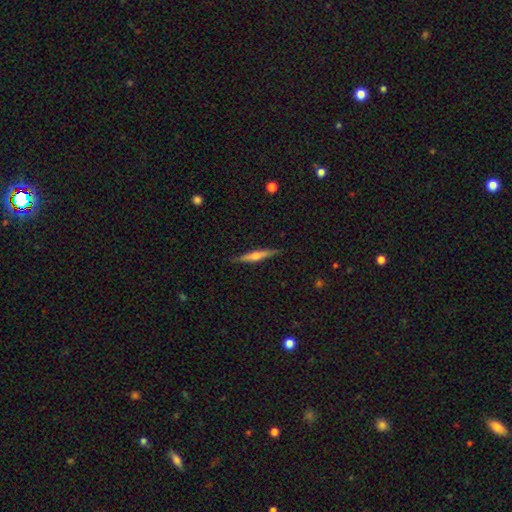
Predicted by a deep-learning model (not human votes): Smooth or featured?
  - featured or disk: 63% *
  - smooth: 31%
  - star or artifact: 6%
Edge-on disk?
  - yes: 97% *
  - no: 3%
Edge-on bulge?
  - rounded: 81% *
  - none: 11%
  - boxy: 8%
Merging?
  - none: 89% *
  - minor disturbance: 8%
  - major disturbance: 2%
  - merger: 1%